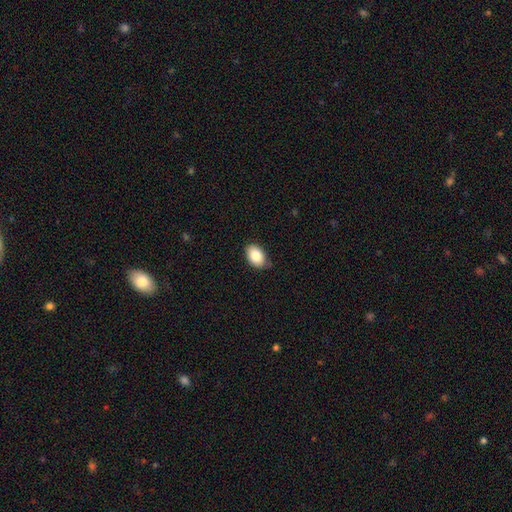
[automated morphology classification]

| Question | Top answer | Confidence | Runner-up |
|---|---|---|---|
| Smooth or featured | smooth | 85% | featured or disk (8%) |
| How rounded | in between | 88% | round (11%) |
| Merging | none | 82% | minor disturbance (15%) |